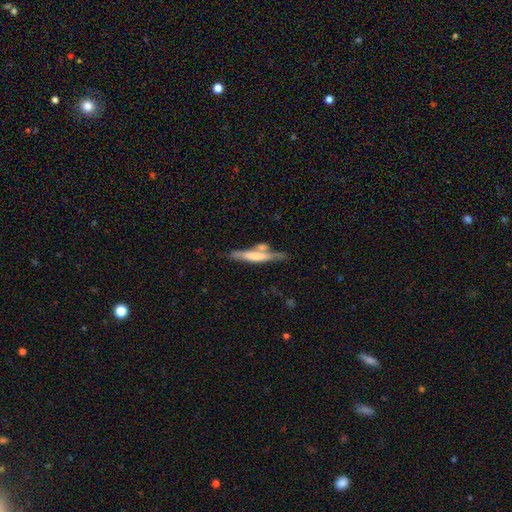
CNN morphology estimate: The model was most divided on "smooth or featured": smooth: 53%, featured or disk: 41%, star or artifact: 6%. More confident: how rounded — cigar-shaped (88%); merging — none (53%).